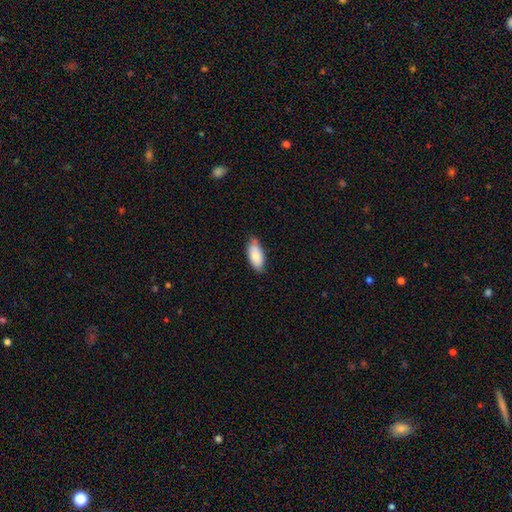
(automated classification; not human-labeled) A smooth galaxy with no disk features (77%) that is in between round and cigar-shaped (90%). Merging: none (72%).